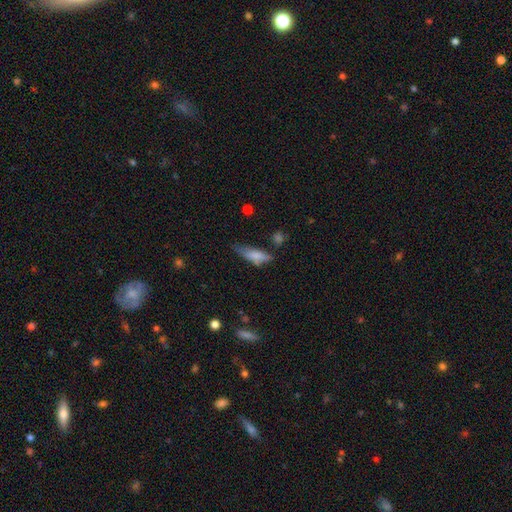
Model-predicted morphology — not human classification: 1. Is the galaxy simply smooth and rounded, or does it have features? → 72% smooth, 20% featured or disk, 8% star or artifact.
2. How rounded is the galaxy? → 50% cigar-shaped, 47% in between, 2% round.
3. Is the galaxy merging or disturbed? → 47% none, 32% minor disturbance, 14% major disturbance, 7% merger.